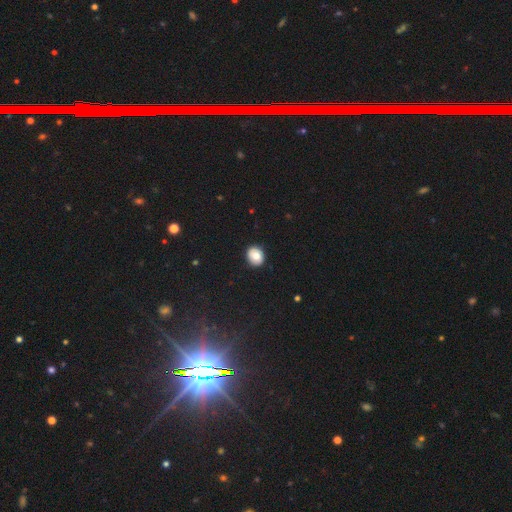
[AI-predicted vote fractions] Overall: smooth (82%). How rounded: round (57%; in between 42%). Merging: none (89%).